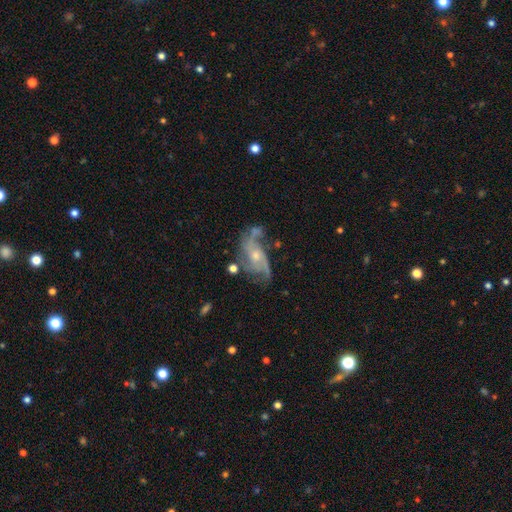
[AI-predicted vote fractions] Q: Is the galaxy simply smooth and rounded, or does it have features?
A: featured or disk — 83%.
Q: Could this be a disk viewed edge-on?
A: no — 96%.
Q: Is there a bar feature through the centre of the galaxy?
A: no — 69%.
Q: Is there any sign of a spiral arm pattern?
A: yes — 92%.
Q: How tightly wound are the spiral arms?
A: medium — 41%, tied with loose.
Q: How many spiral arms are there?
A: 2 — 42%.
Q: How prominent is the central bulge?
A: small — 55%.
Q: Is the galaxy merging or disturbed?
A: none — 49%.